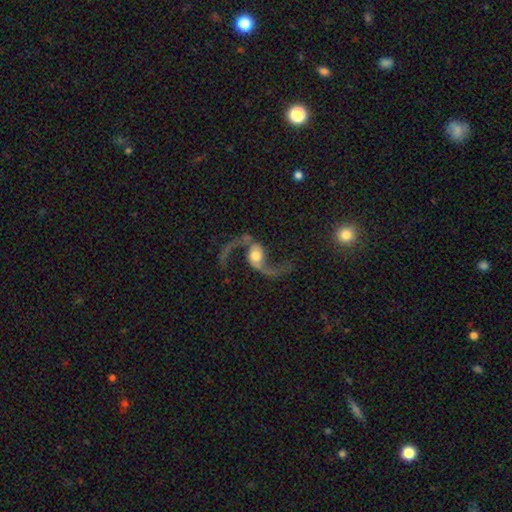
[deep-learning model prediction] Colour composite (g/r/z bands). It shows a featured or disk galaxy (91%) with no bar (57%), 2 (95%) loose (90%) spiral arms (97%) and a moderate central bulge (54%). Merging: none (71%).